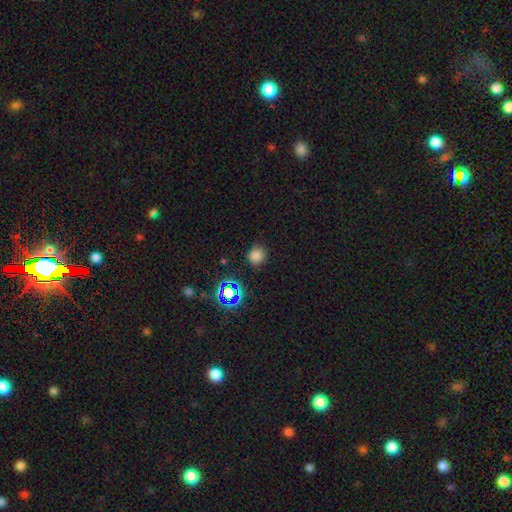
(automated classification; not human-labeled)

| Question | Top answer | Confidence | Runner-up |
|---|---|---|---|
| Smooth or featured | smooth | 74% | star or artifact (22%) |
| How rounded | round | 85% | in between (14%) |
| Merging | none | 83% | minor disturbance (12%) |